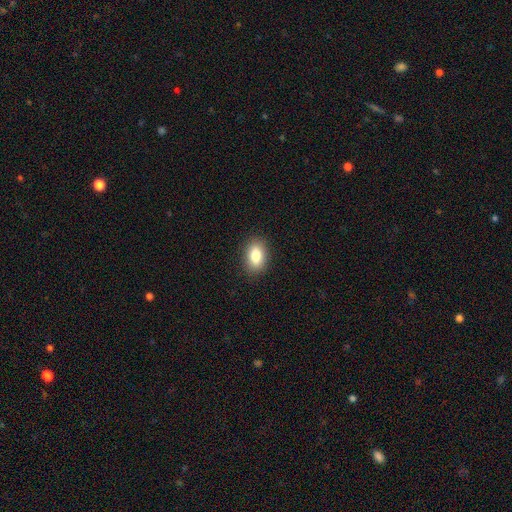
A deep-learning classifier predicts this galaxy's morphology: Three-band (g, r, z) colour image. It shows a smooth galaxy with no disk features (83%) that is in between round and cigar-shaped (86%). Merging: none (88%).